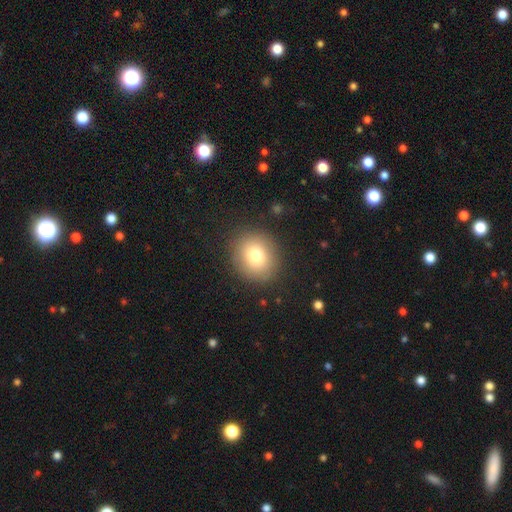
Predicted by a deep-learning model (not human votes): This appears to be a smooth galaxy with no disk features (78%) that is round (79%). Merging: none (88%).